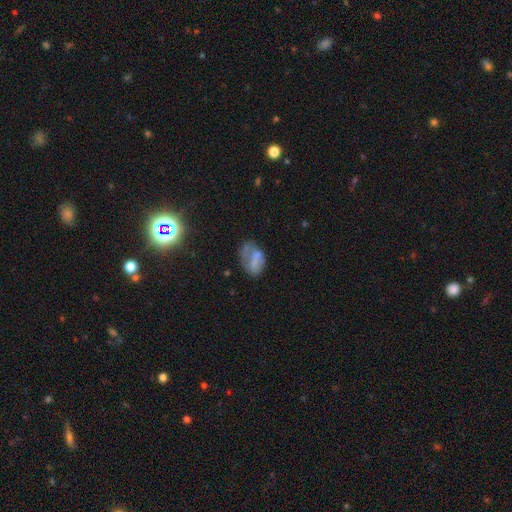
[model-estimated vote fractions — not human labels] This is marginally a smooth galaxy (40%). Merging: marginally none (43%).